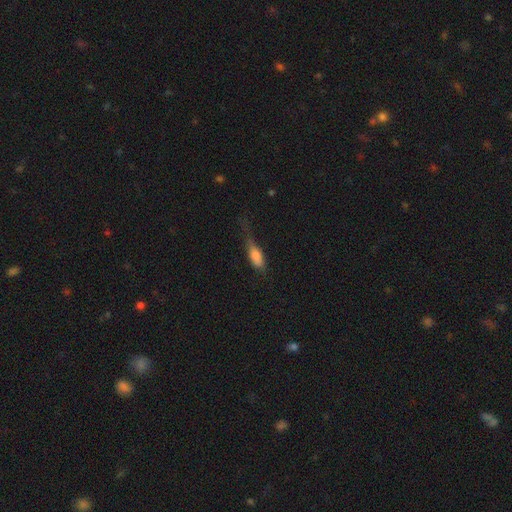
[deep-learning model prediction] smooth_or_featured: smooth (p=0.78) [alt: featured or disk p=0.14]
how_rounded: in between (p=0.70) [alt: cigar-shaped p=0.27]
merging: minor disturbance (p=0.36) [alt: none p=0.31]